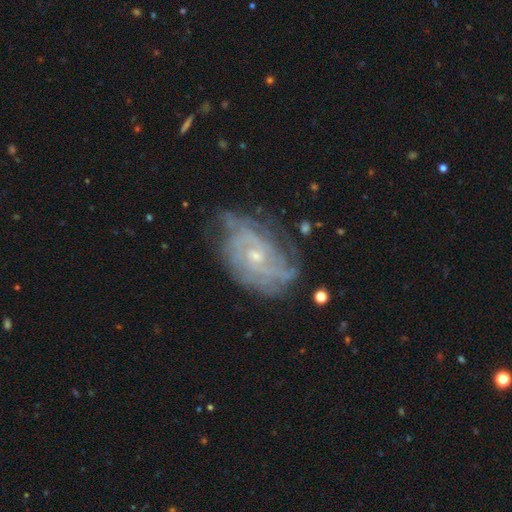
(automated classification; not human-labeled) smooth_or_featured: featured or disk (p=0.82) [alt: smooth p=0.10]
disk_edge_on: no (p=0.96) [alt: yes p=0.04]
bar: no (p=0.70) [alt: weak p=0.26]
has_spiral_arms: yes (p=0.92) [alt: no p=0.08]
spiral_winding: tight (p=0.62) [alt: medium p=0.29]
spiral_arm_count: can't tell (p=0.46) [alt: 2 p=0.16]
bulge_size: small (p=0.65) [alt: moderate p=0.31]
merging: none (p=0.63) [alt: minor disturbance p=0.24]